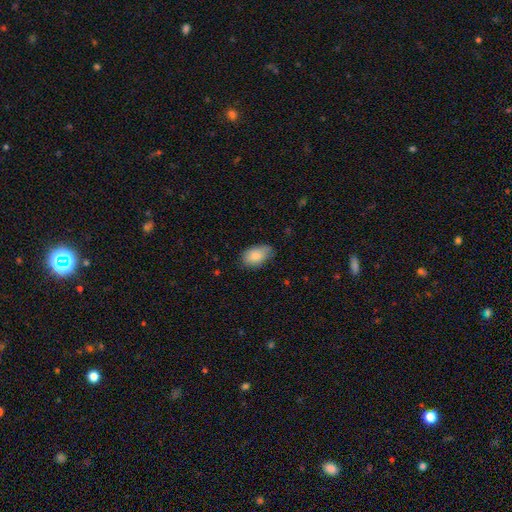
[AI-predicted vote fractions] Q: Smooth or featured?
A: smooth (85%); runner-up: featured or disk (8%)
Q: How rounded?
A: in between (91%); runner-up: round (8%)
Q: Merging?
A: none (66%); runner-up: minor disturbance (28%)